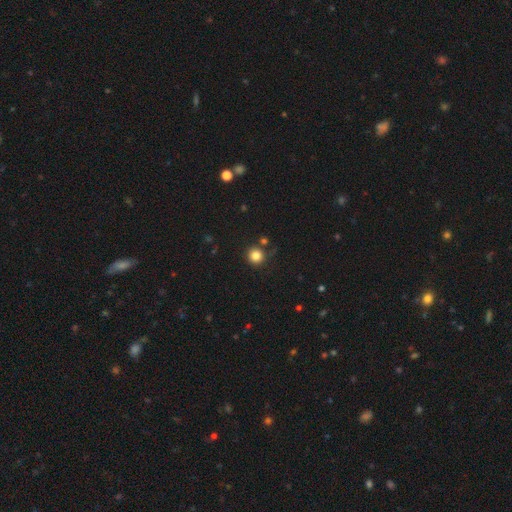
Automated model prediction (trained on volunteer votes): Morphology: type=smooth (83%); roundness=round (94%); merging=none (83%).